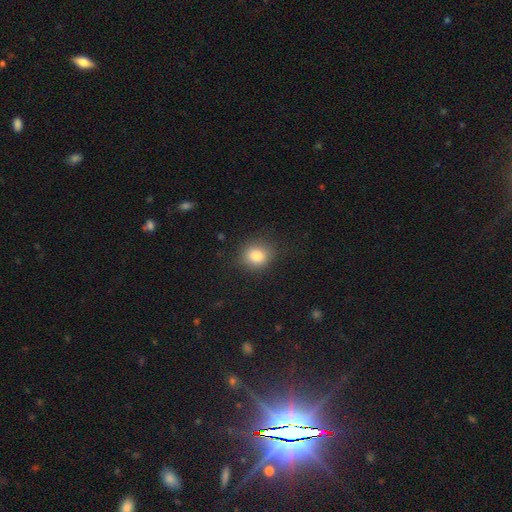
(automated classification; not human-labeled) A smooth galaxy with no disk features (83%) that is round (74%). Merging: none (84%).